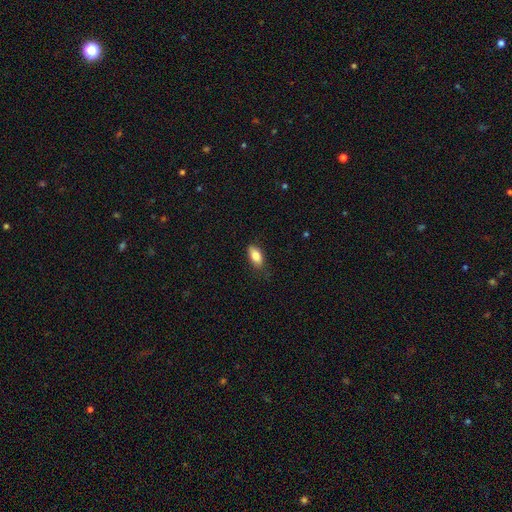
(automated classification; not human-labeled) A smooth galaxy with no disk features (83%) that is in between round and cigar-shaped (89%).

Vote fractions:
- Smooth or featured? smooth: 83% / featured or disk: 10% / star or artifact: 7%
- How rounded? in between: 89% / cigar-shaped: 8% / round: 3%
- Merging? none: 80% / minor disturbance: 16% / major disturbance: 3% / merger: 1%